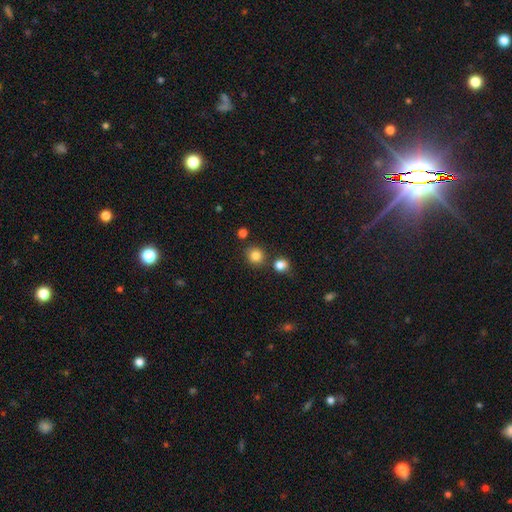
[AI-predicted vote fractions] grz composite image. It shows a smooth galaxy with no disk features (83%) that is round (89%). Merging: none (81%).